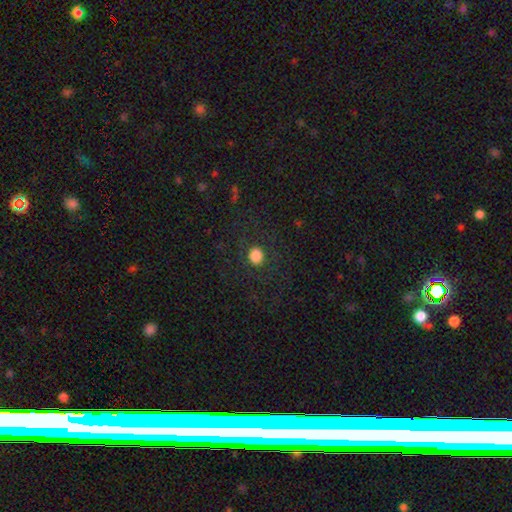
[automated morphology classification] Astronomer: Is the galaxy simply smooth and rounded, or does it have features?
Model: smooth — 79%.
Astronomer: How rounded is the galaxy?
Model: round — 77%.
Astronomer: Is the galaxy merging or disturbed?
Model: none — 85%.